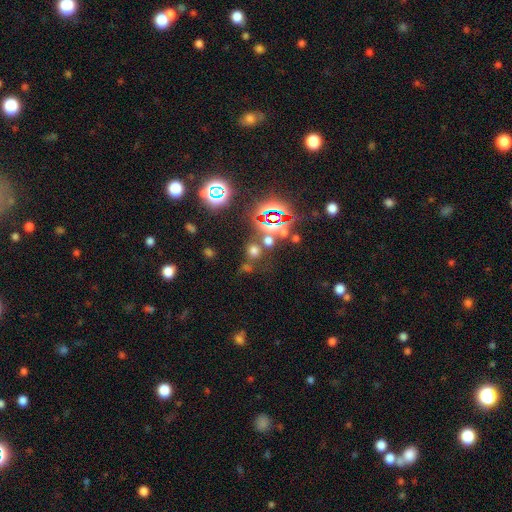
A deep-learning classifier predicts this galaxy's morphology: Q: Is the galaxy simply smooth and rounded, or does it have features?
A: star or artifact — 76%.